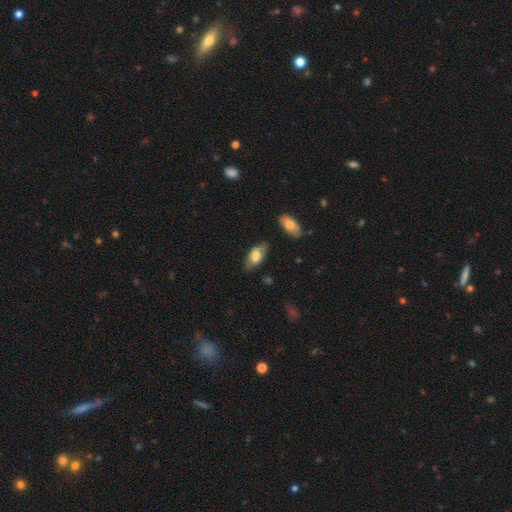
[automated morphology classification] smooth_or_featured: smooth (p=0.74) [alt: featured or disk p=0.20]
how_rounded: in between (p=0.89) [alt: cigar-shaped p=0.07]
merging: none (p=0.75) [alt: minor disturbance p=0.18]